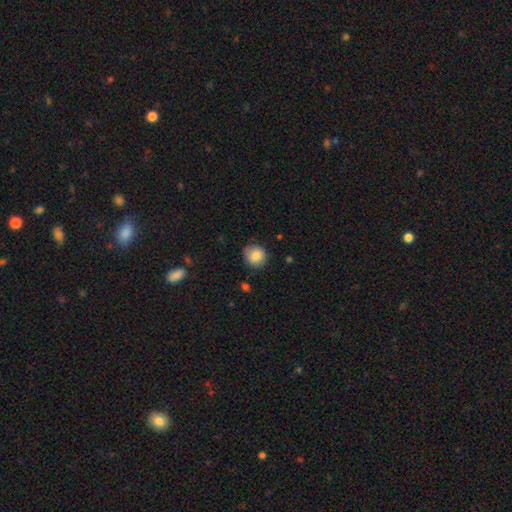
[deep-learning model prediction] The model was most divided on "merging": none: 84%, minor disturbance: 12%, major disturbance: 3%, merger: 1%. More confident: how rounded — round (87%); smooth or featured — smooth (85%).